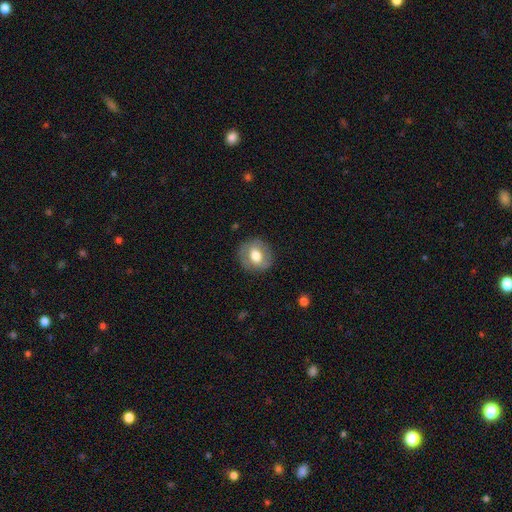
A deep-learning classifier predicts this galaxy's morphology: smooth_or_featured: smooth (p=0.64) [alt: featured or disk p=0.29]
how_rounded: round (p=0.77) [alt: in between p=0.22]
merging: none (p=0.84) [alt: minor disturbance p=0.11]